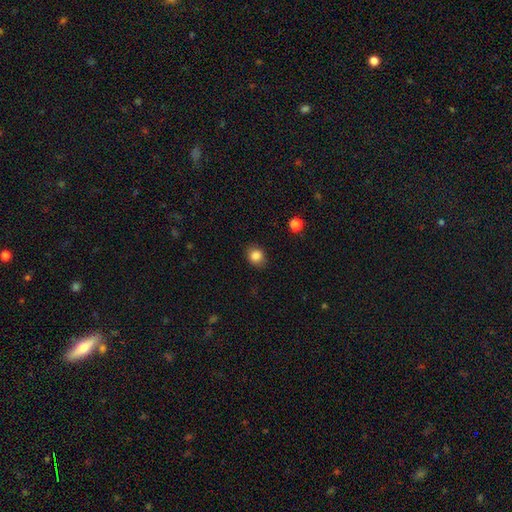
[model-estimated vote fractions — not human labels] Morphology: type=smooth (85%); roundness=round (68%); merging=none (85%).